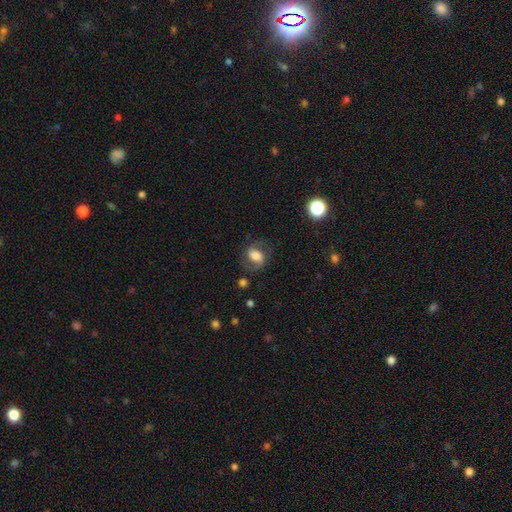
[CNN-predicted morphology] type=featured or disk (54%); edge-on=no (96%); bar=weak (40%); spiral arms=yes (87%); bulge=moderate (40%); merging=none (70%).